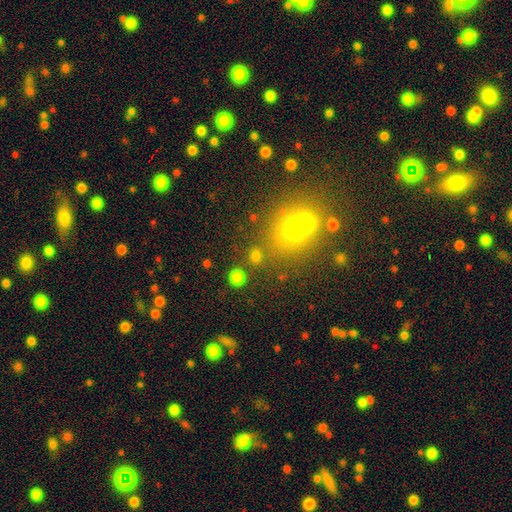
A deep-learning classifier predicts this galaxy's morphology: Smooth or featured? smooth (75%)
How rounded? round (83%)
Merging? none (76%)